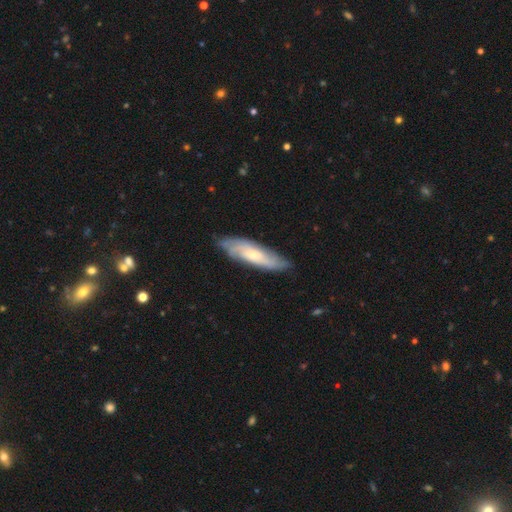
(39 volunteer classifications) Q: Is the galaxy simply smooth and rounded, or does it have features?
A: featured or disk — 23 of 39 (59%).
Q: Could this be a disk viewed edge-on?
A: yes — 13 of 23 (57%).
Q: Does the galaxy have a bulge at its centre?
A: rounded — 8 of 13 (62%).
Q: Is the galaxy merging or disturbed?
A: none — 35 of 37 (95%).